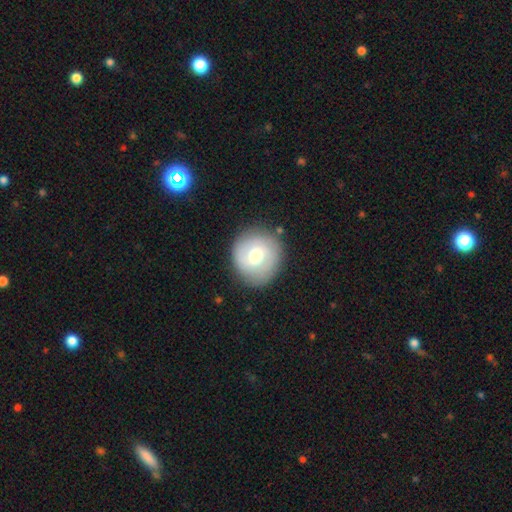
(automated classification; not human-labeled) This is possibly a smooth galaxy (52%). How rounded: clearly round (89%). Merging: clearly none (83%).